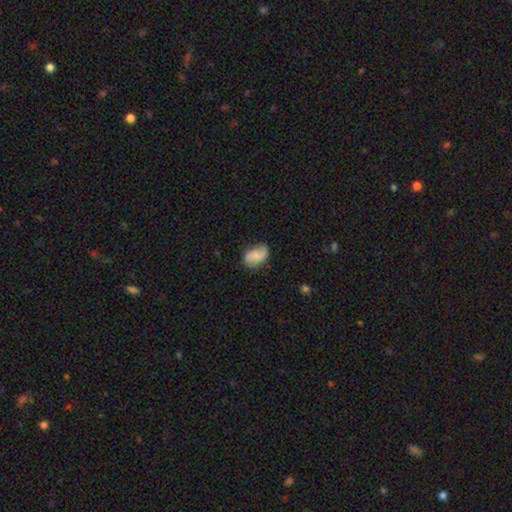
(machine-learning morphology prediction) A smooth galaxy with no disk features (56%) that is in between round and cigar-shaped (86%).

Vote fractions:
- Smooth or featured? smooth: 56% / featured or disk: 36% / star or artifact: 8%
- How rounded? in between: 86% / round: 13% / cigar-shaped: 2%
- Merging? none: 64% / minor disturbance: 26% / major disturbance: 8% / merger: 2%